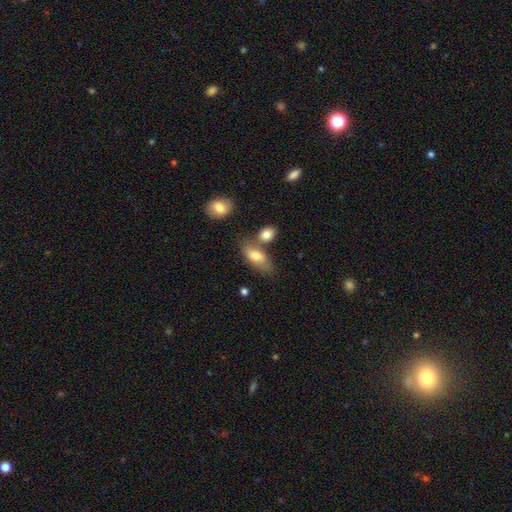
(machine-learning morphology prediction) Overall: smooth (75%). How rounded: in between (85%). Merging: none (55%; merger 24%).